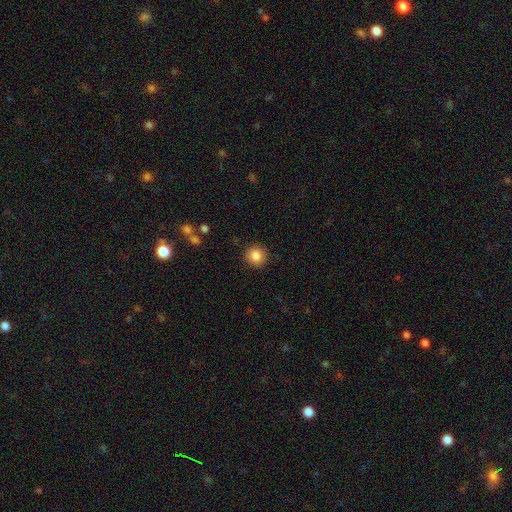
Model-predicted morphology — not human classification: Smooth or featured?
  - smooth: 85% *
  - star or artifact: 10%
  - featured or disk: 5%
How rounded?
  - round: 93% *
  - in between: 6%
  - cigar-shaped: 1%
Merging?
  - none: 91% *
  - minor disturbance: 6%
  - major disturbance: 2%
  - merger: 1%